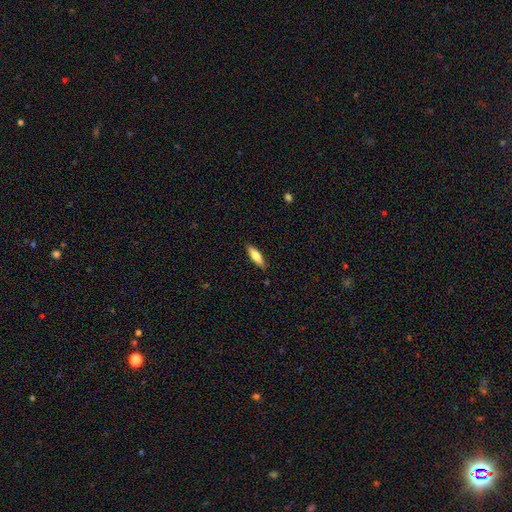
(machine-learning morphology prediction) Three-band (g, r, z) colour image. It shows a smooth galaxy with no disk features (73%) that is cigar-shaped (53%). Merging: none (88%).